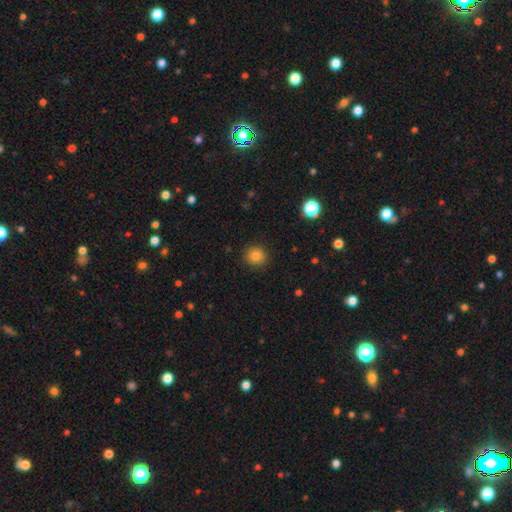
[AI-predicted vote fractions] Smooth or featured: smooth — 83% (star or artifact — 12%)
How rounded: round — 89% (in between — 10%)
Merging: none — 91% (minor disturbance — 6%)